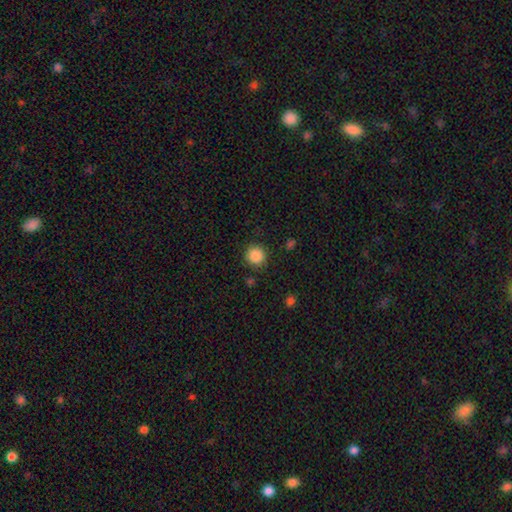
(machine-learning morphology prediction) smooth_or_featured: smooth (p=0.87) [alt: star or artifact p=0.10]
how_rounded: round (p=0.94) [alt: in between p=0.05]
merging: none (p=0.88) [alt: minor disturbance p=0.07]